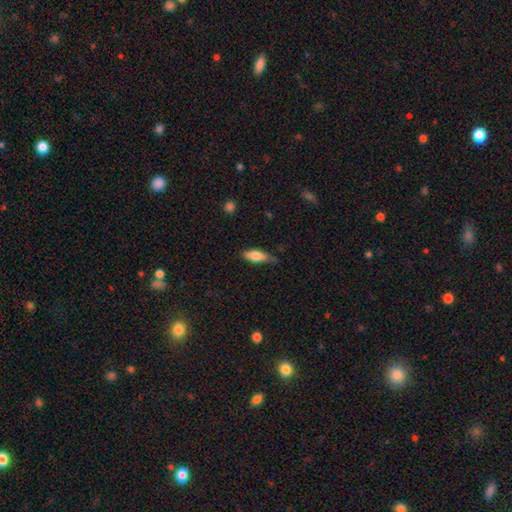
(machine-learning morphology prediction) A smooth galaxy with no disk features (74%) that is in between round and cigar-shaped (67%). Merging: none (66%).